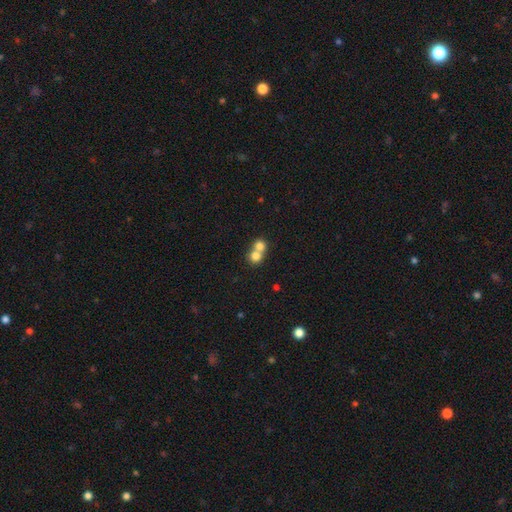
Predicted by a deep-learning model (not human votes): A smooth galaxy with no disk features (76%) that is round (83%). Merging: merger (66%).